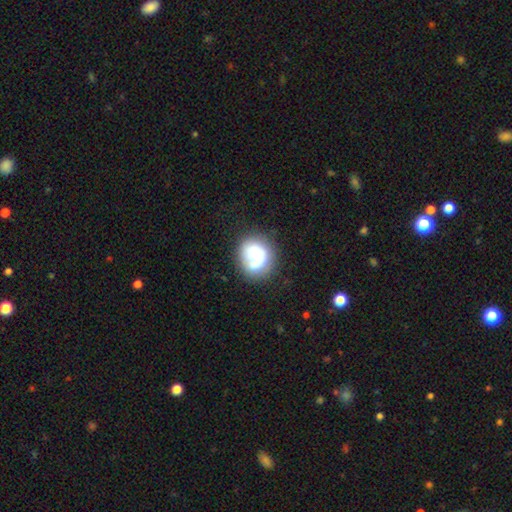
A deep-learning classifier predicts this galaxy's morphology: Smooth or featured? Predicted: smooth (p=0.64). How rounded? Predicted: round (p=0.67). Merging? Predicted: none (p=0.48).